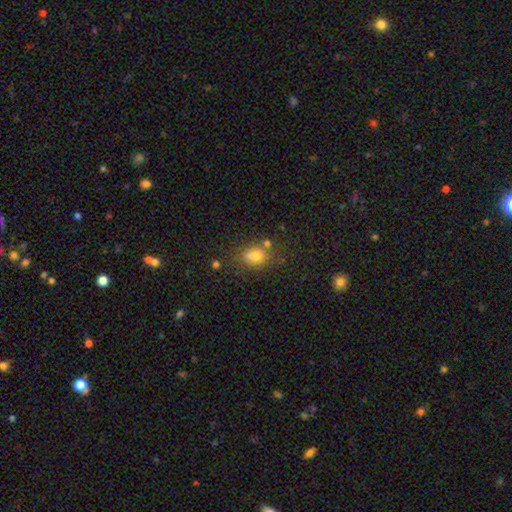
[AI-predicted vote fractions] Overall: smooth (70%). How rounded: round (57%; in between 41%). Merging: none (53%; merger 25%).